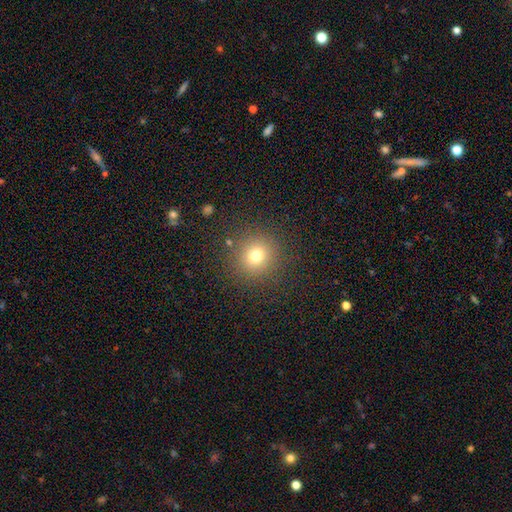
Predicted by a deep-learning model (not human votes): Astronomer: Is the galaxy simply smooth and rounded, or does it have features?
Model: smooth — 73%.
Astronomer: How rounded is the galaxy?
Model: round — 93%.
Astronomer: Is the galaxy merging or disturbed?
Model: none — 88%.